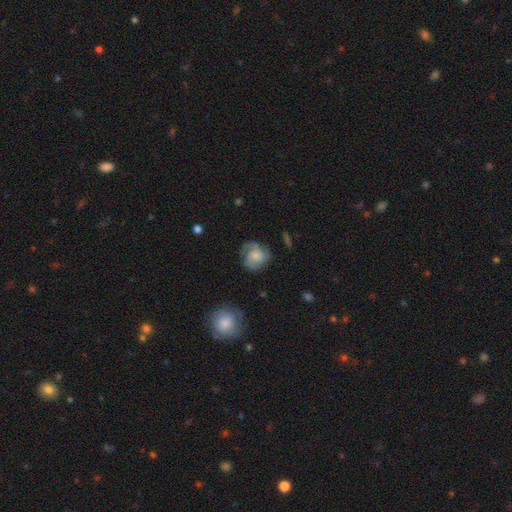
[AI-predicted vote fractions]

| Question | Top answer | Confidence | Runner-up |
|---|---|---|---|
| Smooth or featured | featured or disk | 57% | smooth (36%) |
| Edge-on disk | no | 98% | yes (2%) |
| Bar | no | 70% | weak (26%) |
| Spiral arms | yes | 88% | no (12%) |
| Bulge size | small | 46% | moderate (32%) |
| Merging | none | 61% | minor disturbance (23%) |